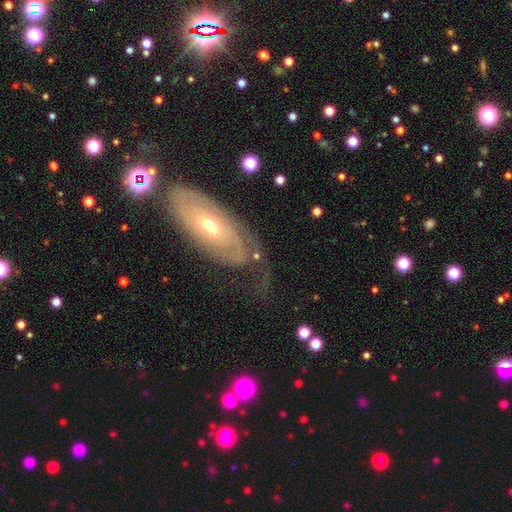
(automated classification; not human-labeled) This is likely a featured or disk galaxy (75%). It is clearly not viewed edge-on (88%). Bar: likely no (71%). Spiral arm pattern: likely yes (79%). Spiral arm count: marginally 2 (39%). Spiral winding: possibly tight (58%). Central bulge: likely moderate (63%). Merging: likely none (62%).